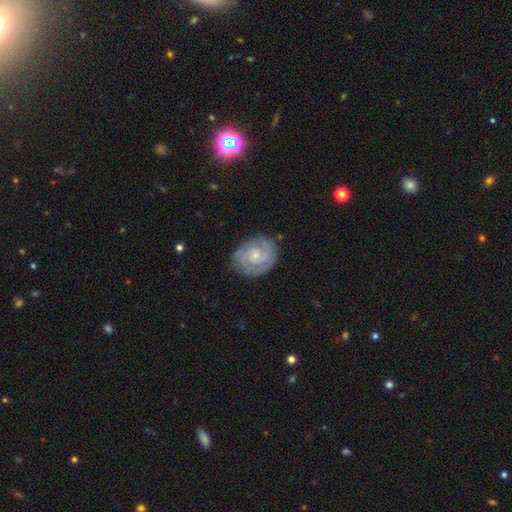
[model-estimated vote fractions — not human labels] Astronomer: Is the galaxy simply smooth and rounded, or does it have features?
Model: featured or disk — 84%.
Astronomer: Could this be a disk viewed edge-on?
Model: no — 98%.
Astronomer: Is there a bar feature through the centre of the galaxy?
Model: no — 65%.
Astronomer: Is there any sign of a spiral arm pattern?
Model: yes — 96%.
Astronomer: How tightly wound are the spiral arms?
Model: tight — 66%.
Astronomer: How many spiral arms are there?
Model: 2 — 54%.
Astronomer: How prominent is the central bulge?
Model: small — 71%.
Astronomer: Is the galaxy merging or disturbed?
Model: none — 80%.